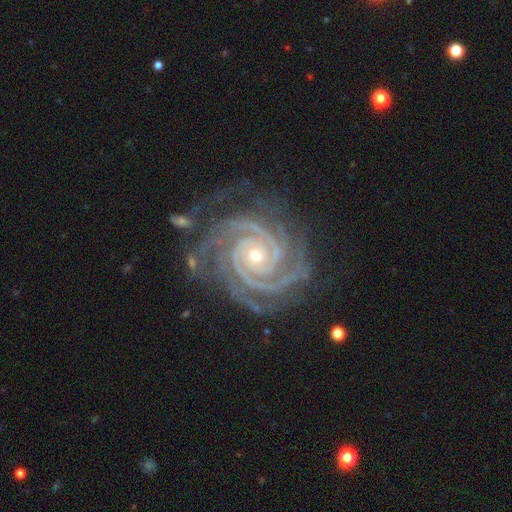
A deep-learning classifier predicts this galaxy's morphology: type=featured or disk (94%); edge-on=no (98%); bar=no (74%); spiral arms=yes (99%); winding=tight (83%); arm count=3 (31%); bulge=small (54%); merging=none (72%).